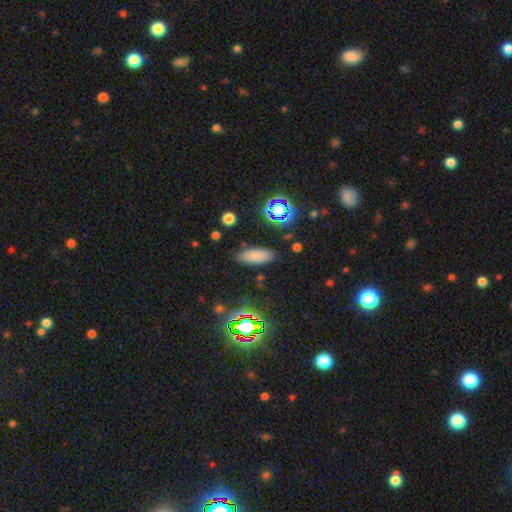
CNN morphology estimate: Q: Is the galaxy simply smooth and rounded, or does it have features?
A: smooth — 76%.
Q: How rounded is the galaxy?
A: in between — 70%.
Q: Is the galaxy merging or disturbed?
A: none — 84%.